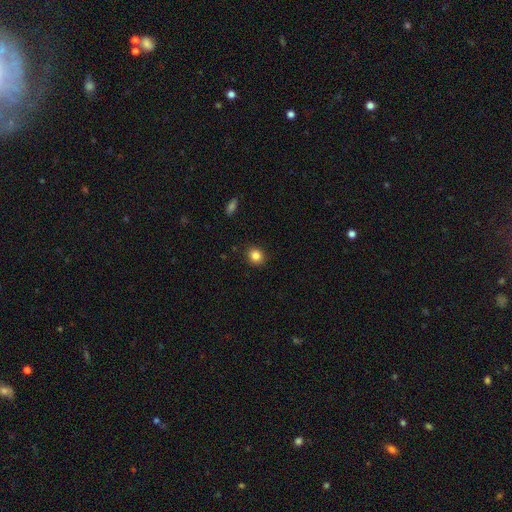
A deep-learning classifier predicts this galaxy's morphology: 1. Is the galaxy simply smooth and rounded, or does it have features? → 84% smooth, 11% star or artifact, 5% featured or disk.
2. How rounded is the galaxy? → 75% round, 24% in between, 1% cigar-shaped.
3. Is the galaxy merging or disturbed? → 89% none, 7% minor disturbance, 2% major disturbance, 1% merger.